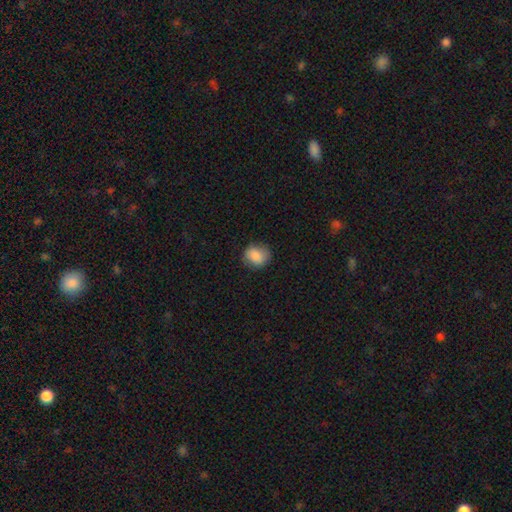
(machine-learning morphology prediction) This is clearly a smooth galaxy (84%). How rounded: likely round (70%). Merging: likely none (77%).